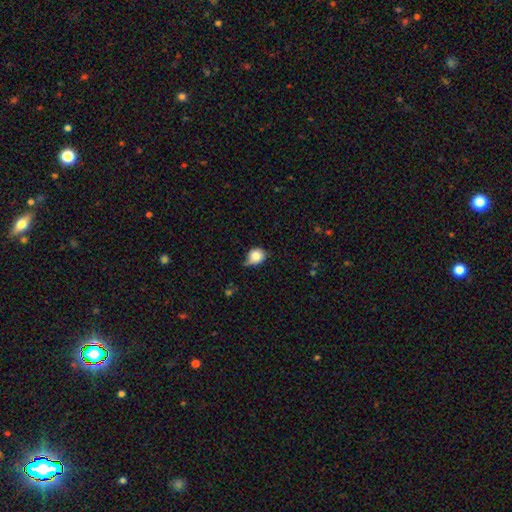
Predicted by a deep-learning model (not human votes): Q: Smooth or featured?
A: smooth (81%); runner-up: featured or disk (10%)
Q: How rounded?
A: round (73%); runner-up: in between (26%)
Q: Merging?
A: minor disturbance (46%); runner-up: none (38%)